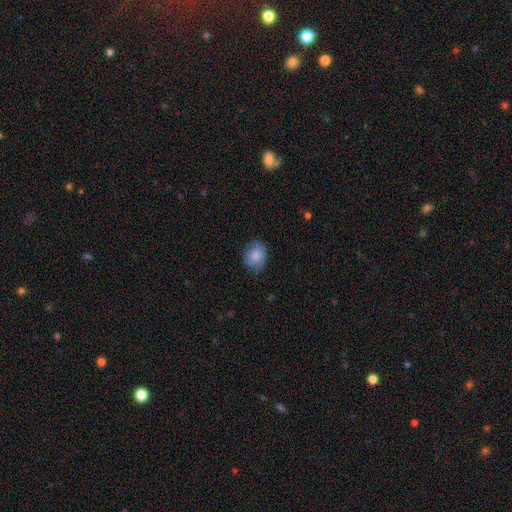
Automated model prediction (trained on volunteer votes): A smooth galaxy with no disk features (81%) that is in between round and cigar-shaped (52%). Merging: none (68%).